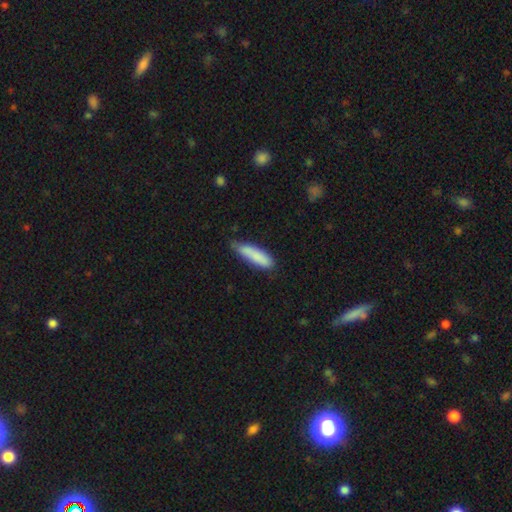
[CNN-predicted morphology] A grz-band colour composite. It shows a smooth galaxy with no disk features (84%) that is cigar-shaped (71%). Merging: none (62%).